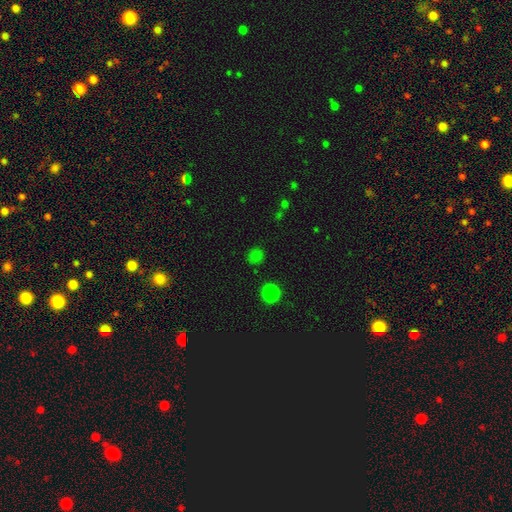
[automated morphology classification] This appears to be a smooth galaxy with no disk features (72%) that is round (87%). Merging: none (86%).